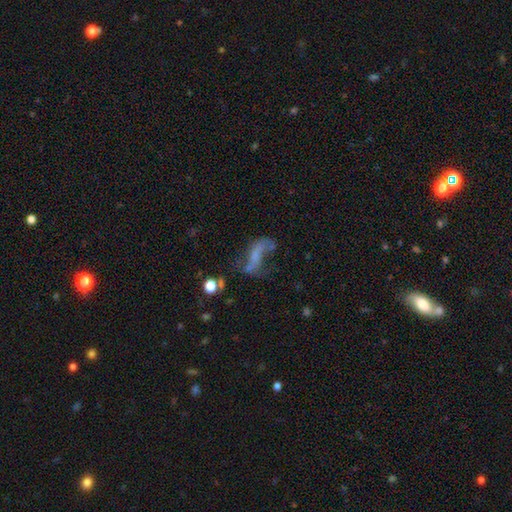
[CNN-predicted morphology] Smooth or featured?
  - featured or disk: 52% *
  - smooth: 29%
  - star or artifact: 19%
Edge-on disk?
  - no: 92% *
  - yes: 8%
Merging?
  - major disturbance: 36% *
  - none: 33%
  - minor disturbance: 17%
  - merger: 13%